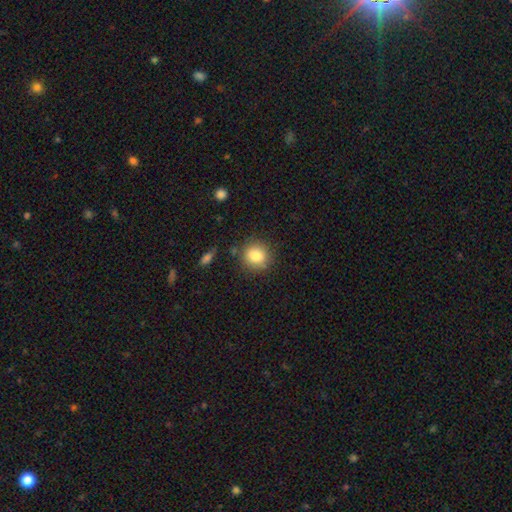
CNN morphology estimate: type=smooth (83%); roundness=round (87%); merging=none (83%).